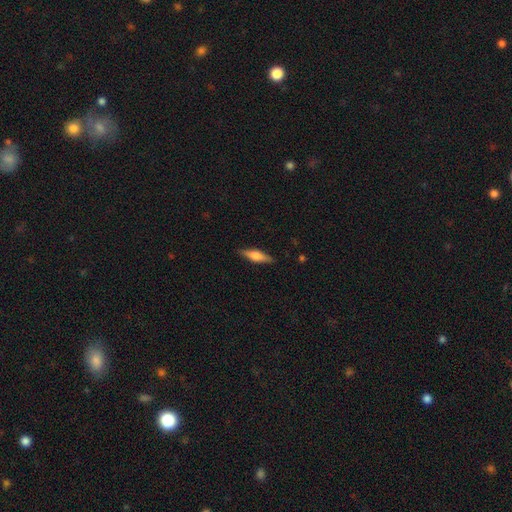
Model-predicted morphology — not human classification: The model was most divided on "smooth or featured": smooth: 51%, featured or disk: 42%, star or artifact: 6%. More confident: merging — none (88%); how rounded — cigar-shaped (61%).